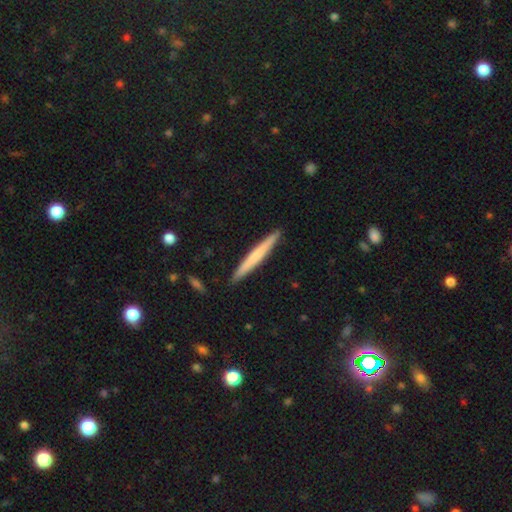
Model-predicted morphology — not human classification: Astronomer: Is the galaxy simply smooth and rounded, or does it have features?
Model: smooth — 58% (runner-up: featured or disk, 37%).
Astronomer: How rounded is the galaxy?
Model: cigar-shaped — 97%.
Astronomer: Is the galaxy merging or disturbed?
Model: none — 92%.